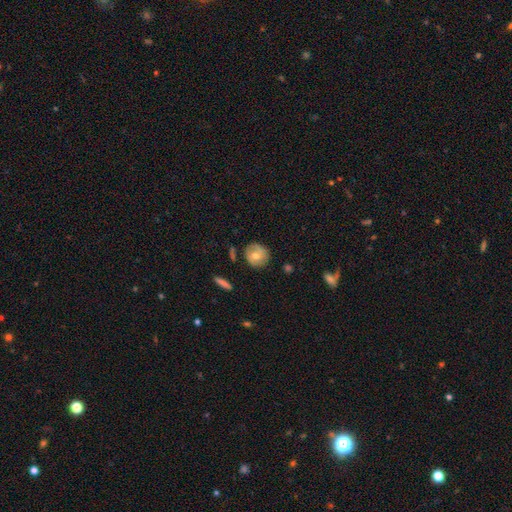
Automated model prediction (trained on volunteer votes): This is possibly a smooth galaxy (52%). How rounded: clearly round (85%). Merging: likely none (78%).